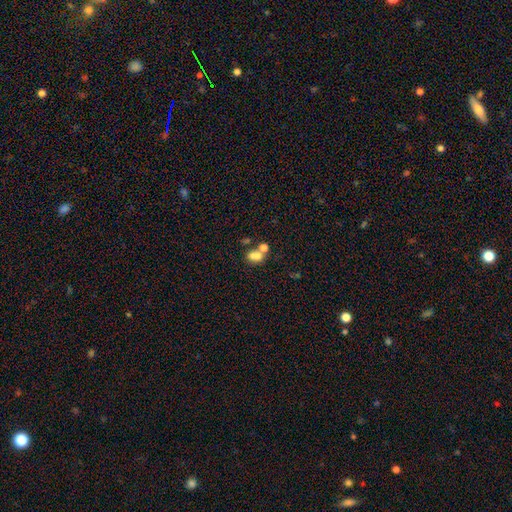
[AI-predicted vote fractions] This is likely a smooth galaxy (69%). How rounded: likely in between (61%). Merging: possibly merger (53%).